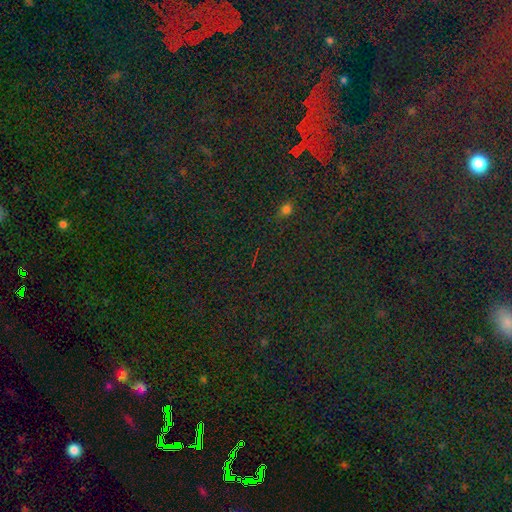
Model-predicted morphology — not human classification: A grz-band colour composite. It shows a star or artifact, not a galaxy (81%).